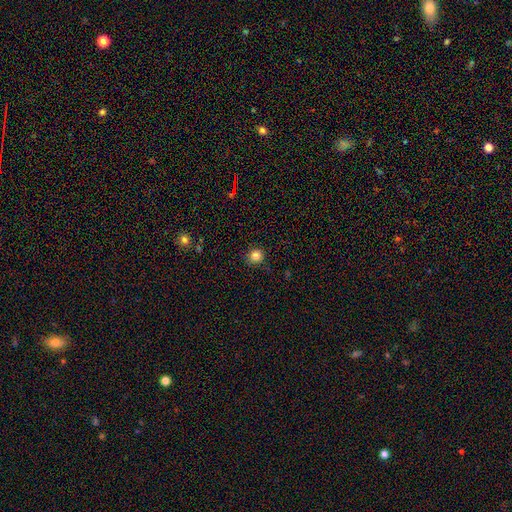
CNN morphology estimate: The model was most divided on "smooth or featured": smooth: 82%, star or artifact: 13%, featured or disk: 5%. More confident: how rounded — round (94%); merging — none (90%).